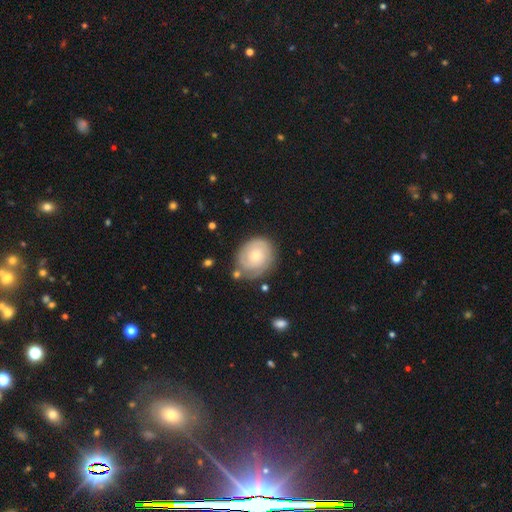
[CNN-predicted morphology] This appears to be a featured or disk galaxy (67%) with no bar (79%), 2 (37%) tight (71%) spiral arms (89%) and a small central bulge (59%). Merging: none (72%).